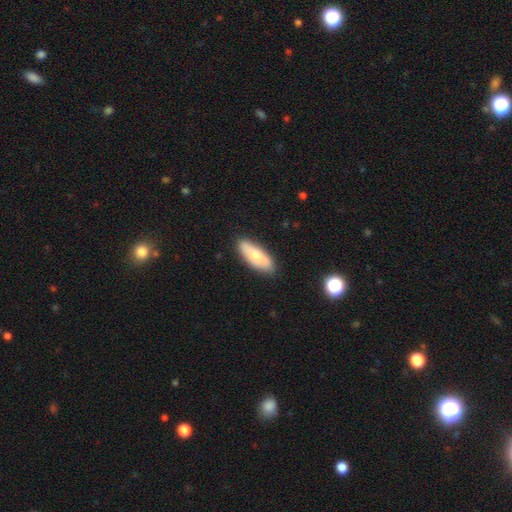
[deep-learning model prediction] Smooth or featured?
  - smooth: 68% *
  - featured or disk: 27%
  - star or artifact: 6%
How rounded?
  - in between: 72% *
  - cigar-shaped: 26%
  - round: 2%
Merging?
  - none: 82% *
  - minor disturbance: 13%
  - major disturbance: 3%
  - merger: 2%